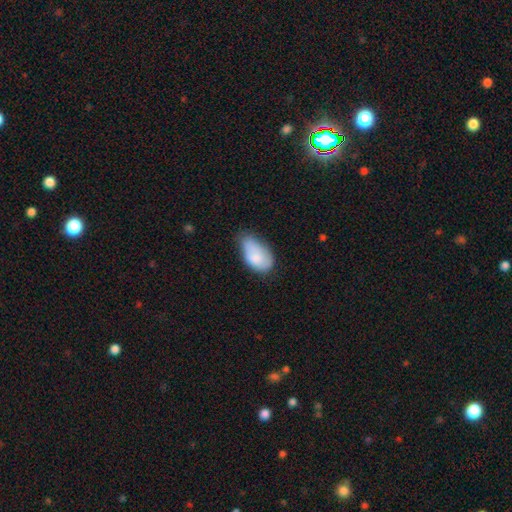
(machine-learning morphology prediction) smooth_or_featured: smooth (p=0.81) [alt: featured or disk p=0.13]
how_rounded: in between (p=0.94) [alt: round p=0.04]
merging: minor disturbance (p=0.47) [alt: none p=0.36]